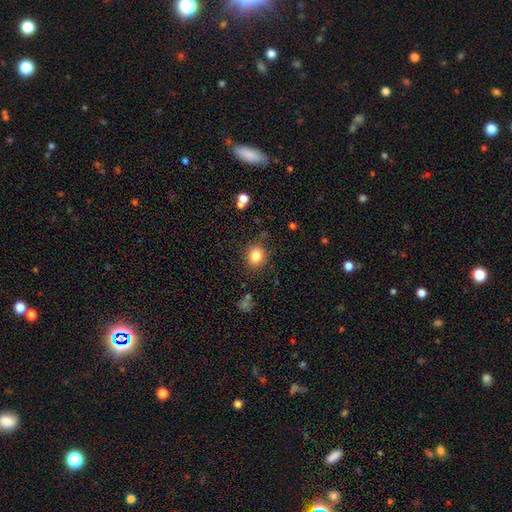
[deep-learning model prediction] smooth-or-featured: smooth: 83% | star or artifact: 11% | featured or disk: 6%
  how-rounded: round: 75% | in between: 24% | cigar-shaped: 1%
  merging: none: 86% | minor disturbance: 9% | major disturbance: 3% | merger: 2%